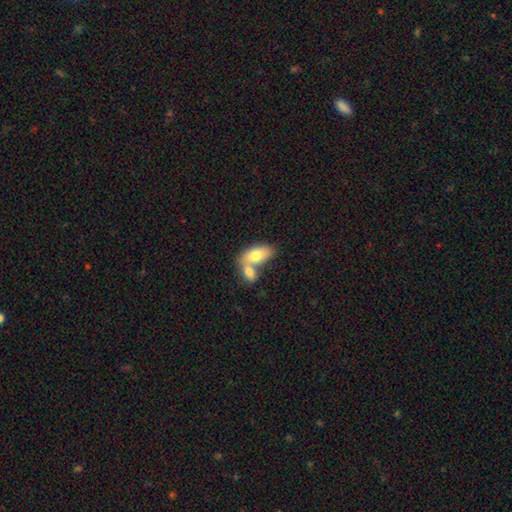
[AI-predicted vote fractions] Overall: smooth (74%). How rounded: in between (90%). Merging: merger (64%; none 25%).